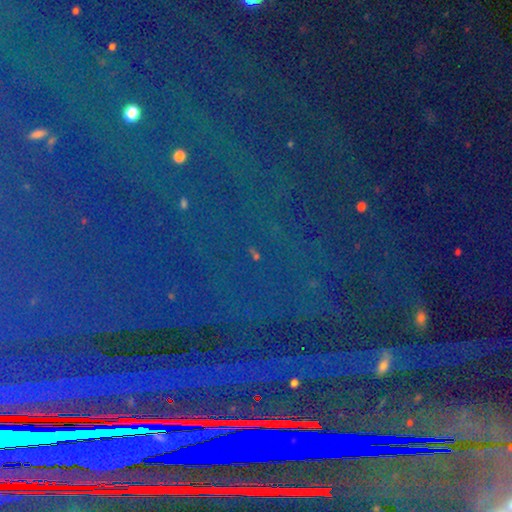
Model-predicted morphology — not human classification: Smooth or featured?
  - star or artifact: 89% *
  - smooth: 6%
  - featured or disk: 5%